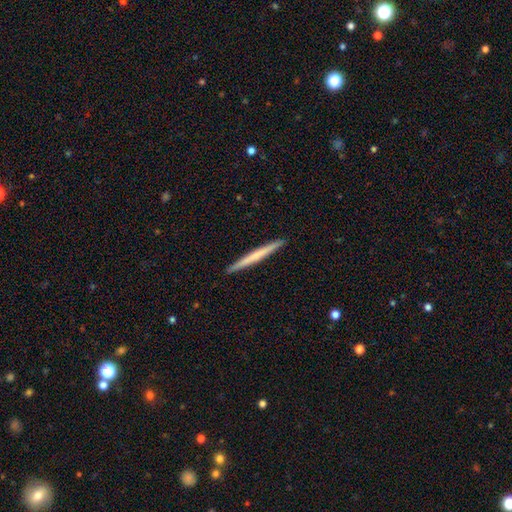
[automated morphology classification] smooth-or-featured: smooth: 54% | featured or disk: 41% | star or artifact: 5%
  how-rounded: cigar-shaped: 97% | in between: 2% | round: 1%
  merging: none: 93% | minor disturbance: 5% | major disturbance: 1% | merger: 1%